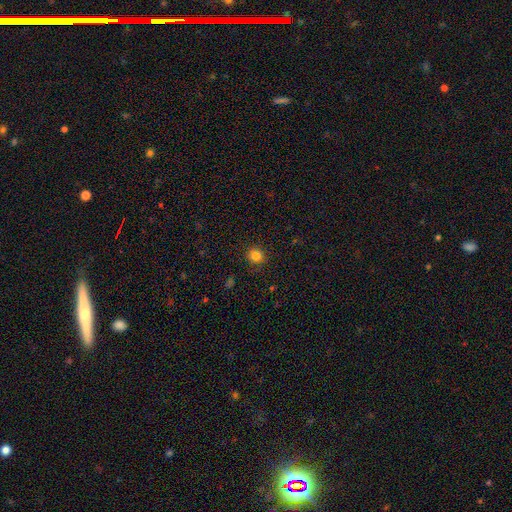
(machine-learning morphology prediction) This is clearly a smooth galaxy (83%). How rounded: clearly round (85%). Merging: clearly none (89%).